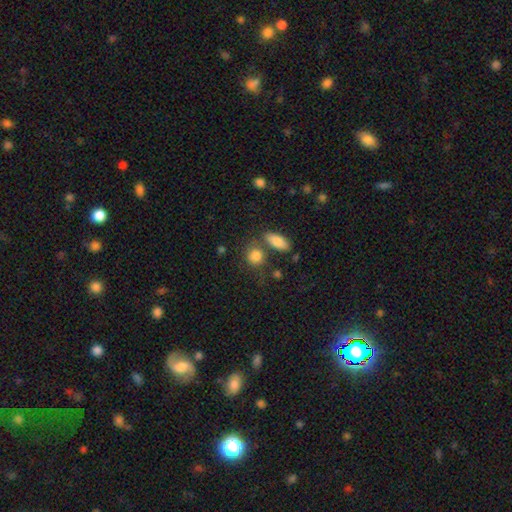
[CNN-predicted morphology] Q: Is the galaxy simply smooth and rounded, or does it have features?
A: smooth — 85%.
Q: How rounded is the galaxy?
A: round — 68%.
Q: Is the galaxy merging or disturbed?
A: none — 60%.